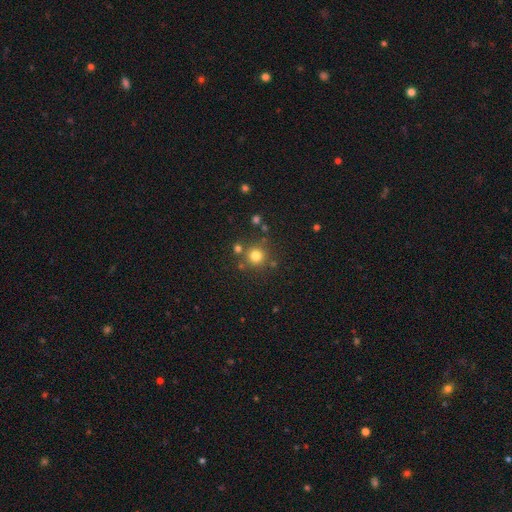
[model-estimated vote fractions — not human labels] smooth-or-featured: smooth: 77% | star or artifact: 16% | featured or disk: 7%
  how-rounded: round: 94% | in between: 5% | cigar-shaped: 1%
  merging: none: 79% | merger: 10% | minor disturbance: 8% | major disturbance: 3%